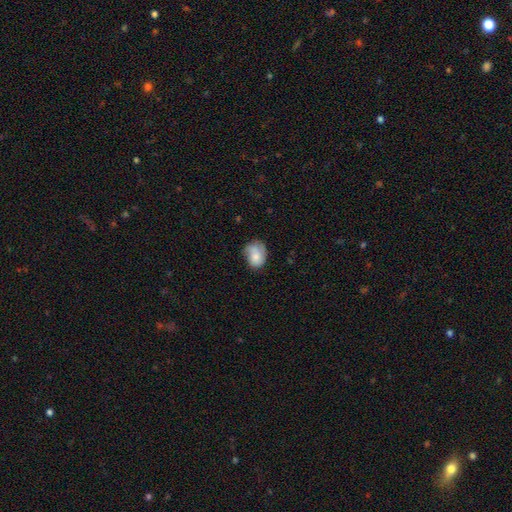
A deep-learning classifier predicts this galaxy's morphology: smooth_or_featured: smooth (p=0.73) [alt: featured or disk p=0.19]
how_rounded: in between (p=0.65) [alt: round p=0.34]
merging: none (p=0.51) [alt: minor disturbance p=0.34]